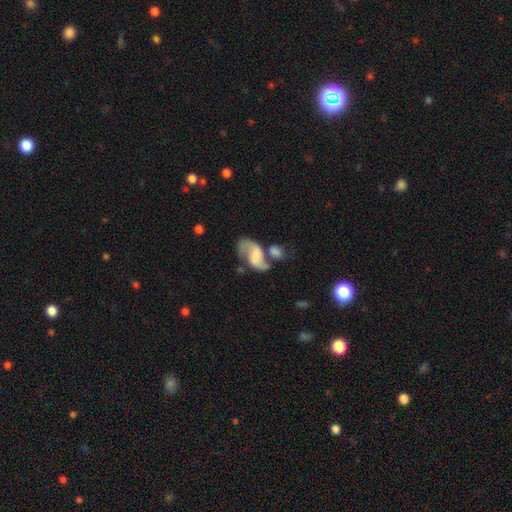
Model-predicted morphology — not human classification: Smooth or featured: featured or disk — 72% (smooth — 21%)
Edge-on disk: no — 97% (yes — 3%)
Bar: no — 45% (weak — 40%)
Spiral arms: yes — 90% (no — 10%)
Spiral winding: loose — 59% (medium — 33%)
Spiral arm count: 2 — 86% (1 — 7%)
Bulge size: none — 33% (small — 29%)
Merging: merger — 36% (none — 33%)